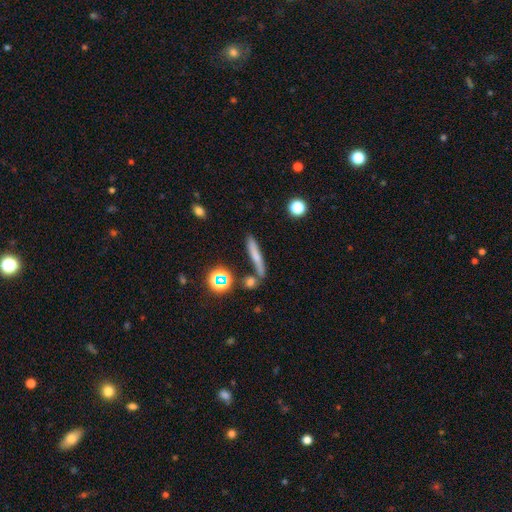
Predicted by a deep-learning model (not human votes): Smooth or featured: smooth — 58% (featured or disk — 28%)
How rounded: cigar-shaped — 86% (in between — 8%)
Merging: none — 74% (minor disturbance — 12%)